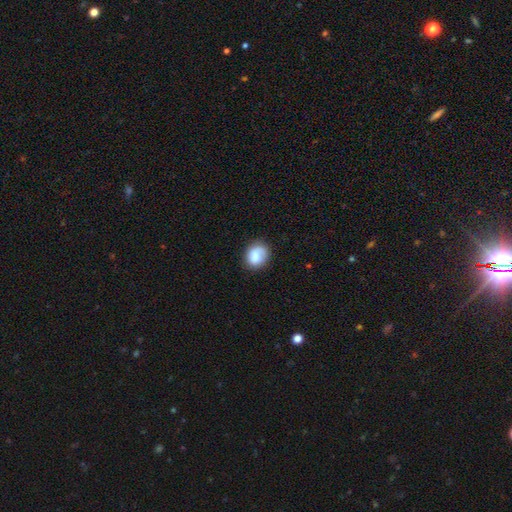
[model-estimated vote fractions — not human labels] smooth-or-featured: smooth: 80% | featured or disk: 13% | star or artifact: 7%
  how-rounded: round: 61% | in between: 38% | cigar-shaped: 1%
  merging: none: 78% | minor disturbance: 16% | major disturbance: 4% | merger: 1%